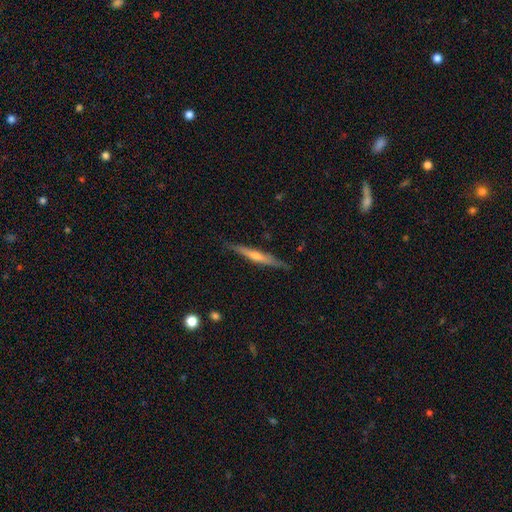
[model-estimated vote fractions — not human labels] Morphology: type=featured or disk (62%); edge-on=yes (97%); edge-on bulge=rounded (62%); merging=none (86%).